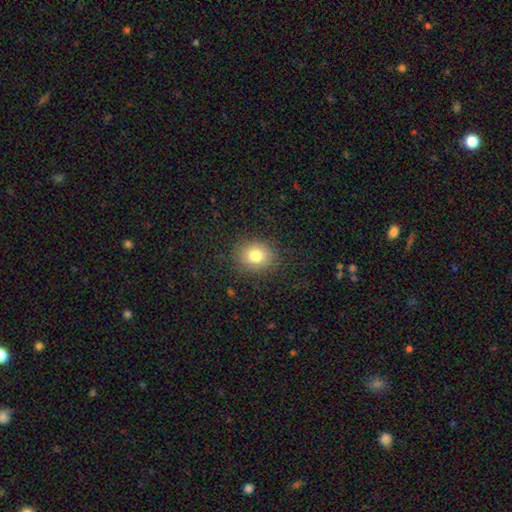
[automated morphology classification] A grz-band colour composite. It shows a smooth galaxy with no disk features (79%) that is round (69%). Merging: none (87%).